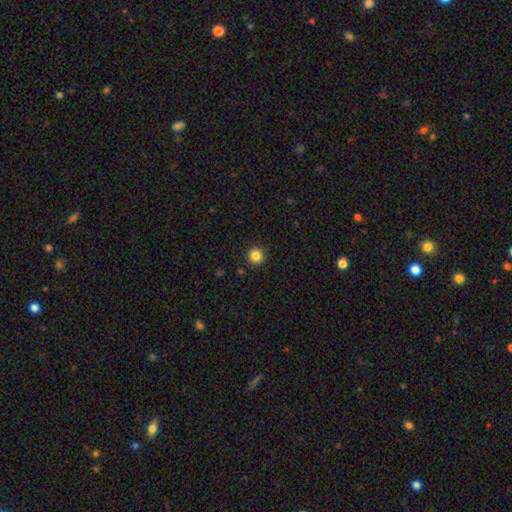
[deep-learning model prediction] Smooth or featured? Predicted: smooth (p=0.85). How rounded? Predicted: round (p=0.96). Merging? Predicted: none (p=0.93).